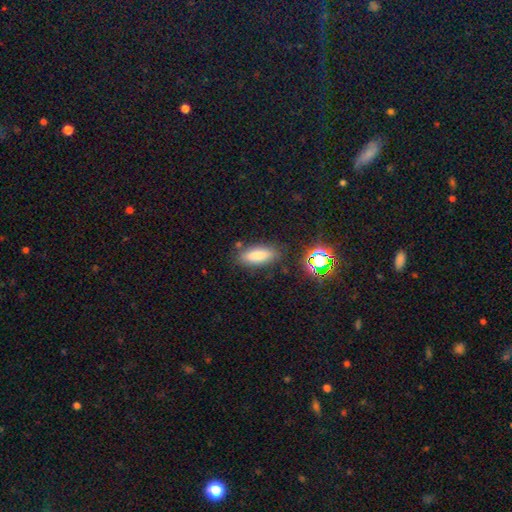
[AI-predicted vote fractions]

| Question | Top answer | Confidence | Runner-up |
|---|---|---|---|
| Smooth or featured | smooth | 79% | star or artifact (12%) |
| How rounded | in between | 67% | cigar-shaped (30%) |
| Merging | none | 81% | minor disturbance (12%) |